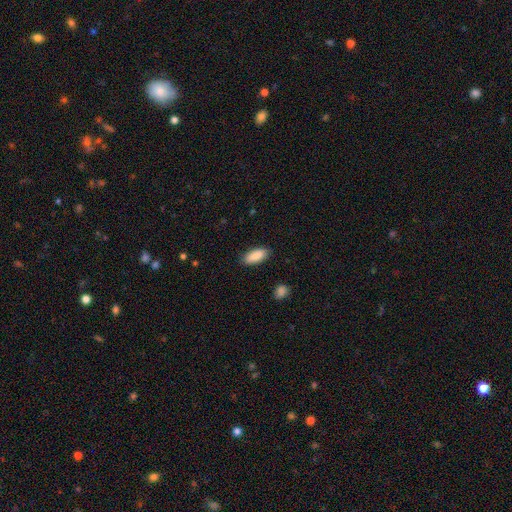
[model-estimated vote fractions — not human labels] Morphology: type=smooth (88%); roundness=in between (78%); merging=none (88%).